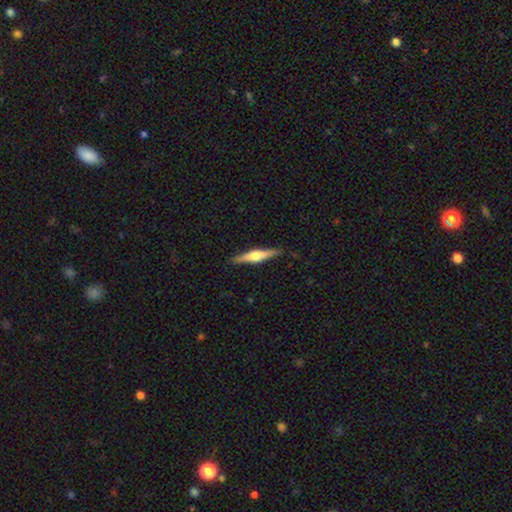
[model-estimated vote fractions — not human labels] smooth-or-featured: featured or disk: 64% | smooth: 30% | star or artifact: 5%
  disk-edge-on: yes: 98% | no: 2%
    edge-on-bulge: rounded: 88% | boxy: 8% | none: 4%
  merging: none: 90% | minor disturbance: 8% | major disturbance: 1% | merger: 1%